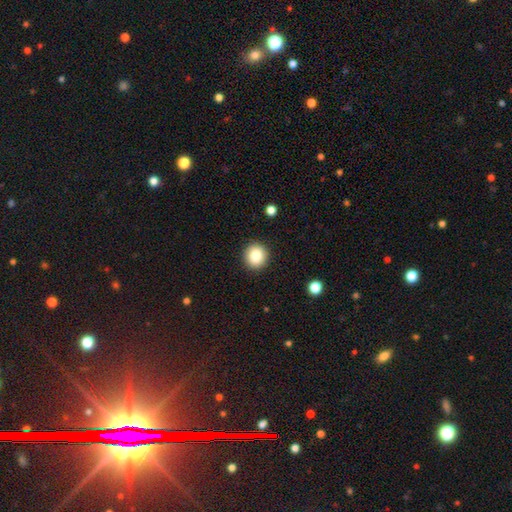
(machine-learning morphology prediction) A smooth galaxy with no disk features (84%) that is round (94%). Merging: none (92%).